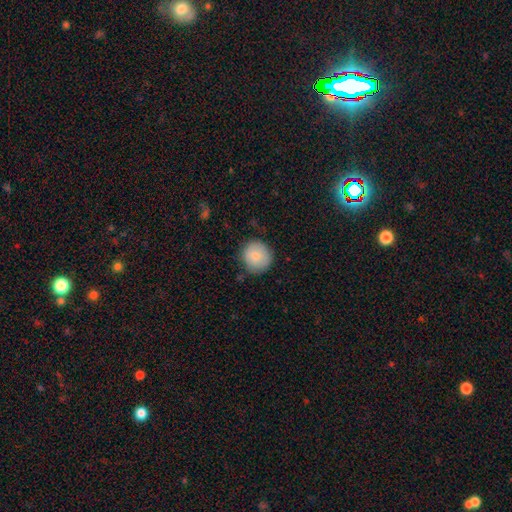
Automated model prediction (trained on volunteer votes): Overall: smooth (83%). How rounded: round (91%). Merging: none (82%).